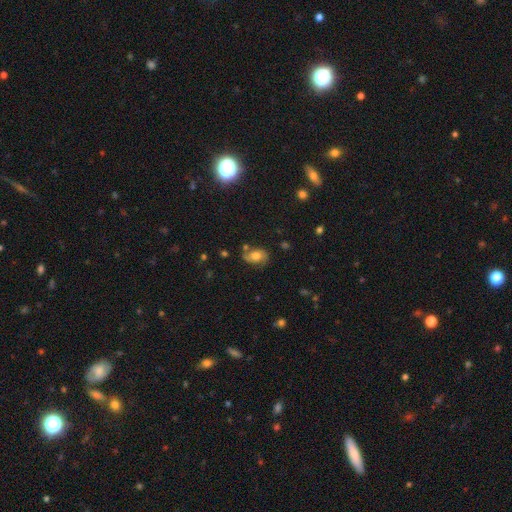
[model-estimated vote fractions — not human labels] smooth_or_featured: smooth (p=0.55) [alt: featured or disk p=0.34]
how_rounded: in between (p=0.78) [alt: round p=0.20]
merging: none (p=0.61) [alt: minor disturbance p=0.23]